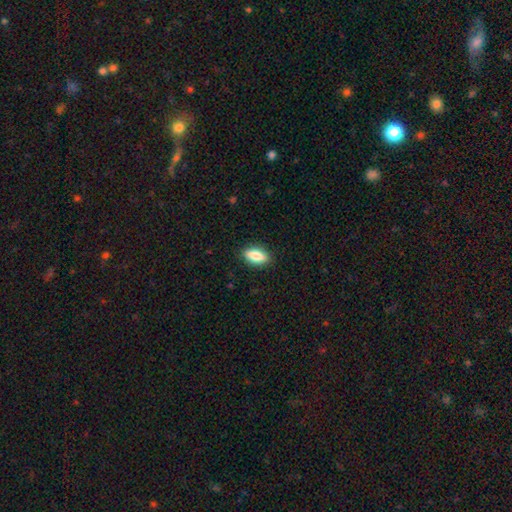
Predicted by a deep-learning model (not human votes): Smooth or featured? Predicted: smooth (p=0.81). How rounded? Predicted: in between (p=0.80). Merging? Predicted: none (p=0.88).